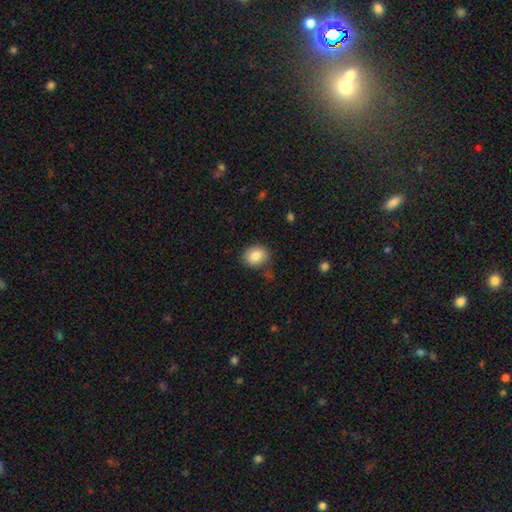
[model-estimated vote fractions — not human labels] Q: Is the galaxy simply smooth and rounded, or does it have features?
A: smooth — 85%.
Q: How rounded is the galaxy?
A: in between — 52%.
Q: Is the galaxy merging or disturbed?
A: none — 82%.